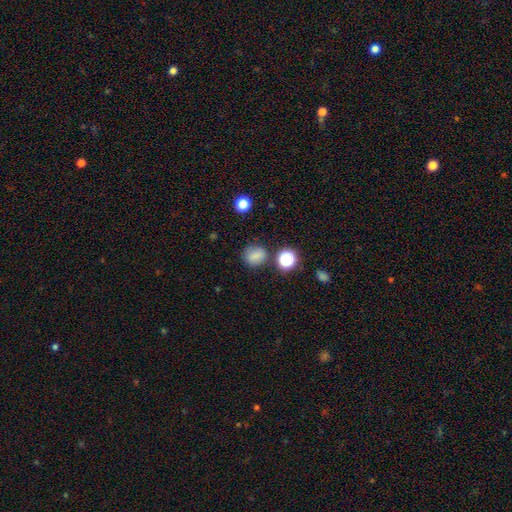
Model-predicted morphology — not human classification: Smooth or featured? Predicted: smooth (p=0.75). How rounded? Predicted: round (p=0.71). Merging? Predicted: none (p=0.76).